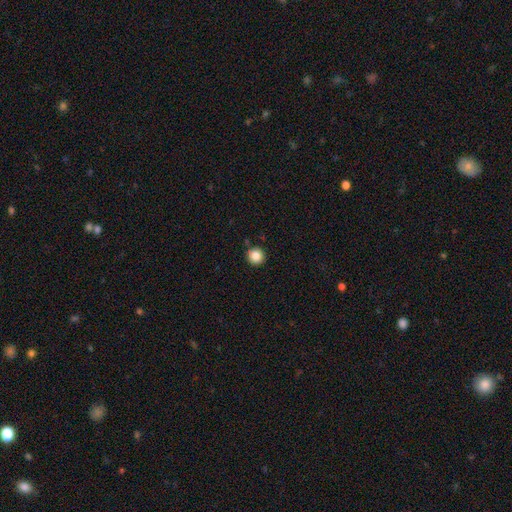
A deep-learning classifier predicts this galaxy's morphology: Smooth or featured?
  - smooth: 85% *
  - star or artifact: 10%
  - featured or disk: 5%
How rounded?
  - round: 95% *
  - in between: 4%
  - cigar-shaped: 1%
Merging?
  - none: 90% *
  - minor disturbance: 6%
  - merger: 2%
  - major disturbance: 2%